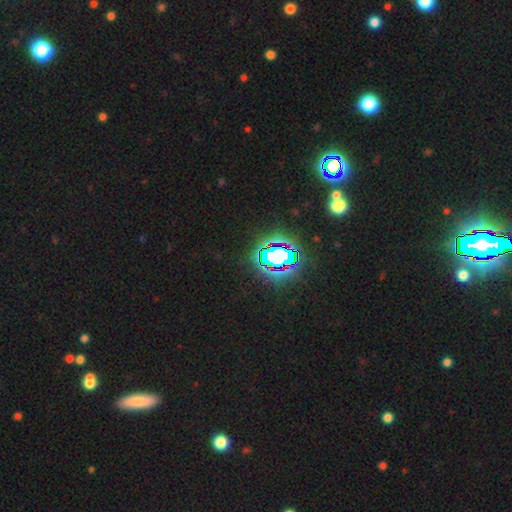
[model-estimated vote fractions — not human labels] smooth-or-featured: star or artifact: 81% | smooth: 12% | featured or disk: 7%